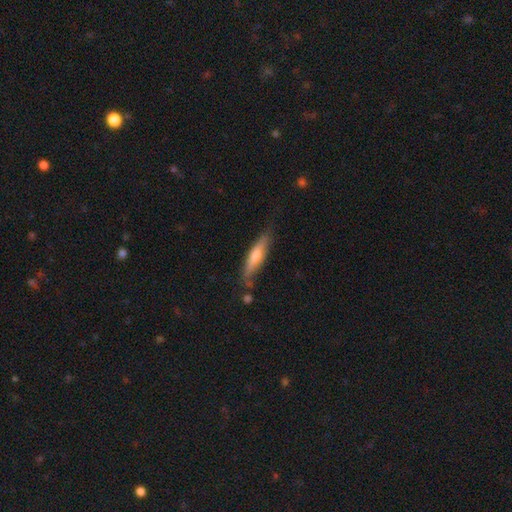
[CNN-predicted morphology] This appears to be a smooth galaxy with no disk features (49%). Merging: none (72%).